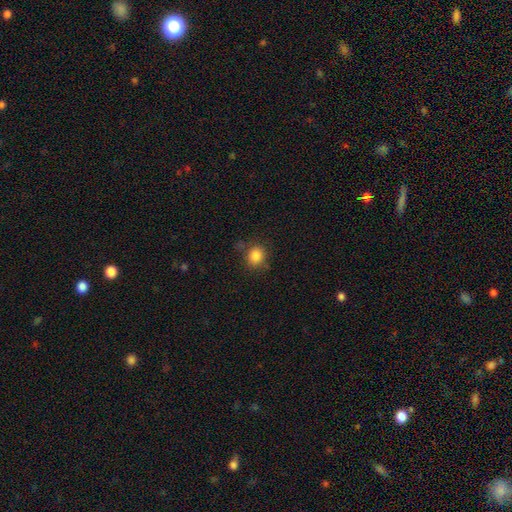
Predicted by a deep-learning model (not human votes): Smooth or featured: smooth — 84% (star or artifact — 10%)
How rounded: round — 73% (in between — 26%)
Merging: none — 76% (minor disturbance — 16%)